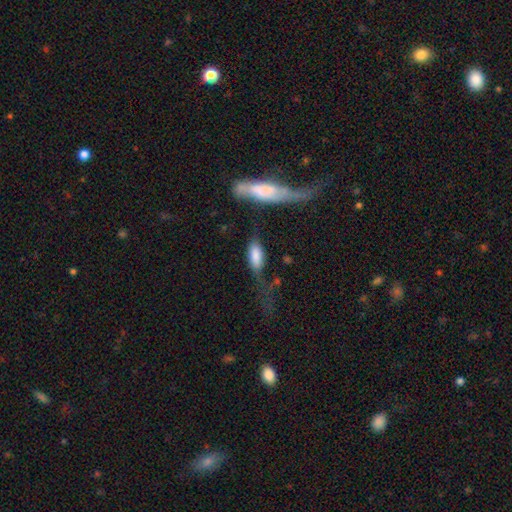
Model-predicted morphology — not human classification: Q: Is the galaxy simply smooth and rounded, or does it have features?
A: smooth — 78%.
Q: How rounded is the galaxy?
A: in between — 83%.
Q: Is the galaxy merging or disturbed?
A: none — 36%.